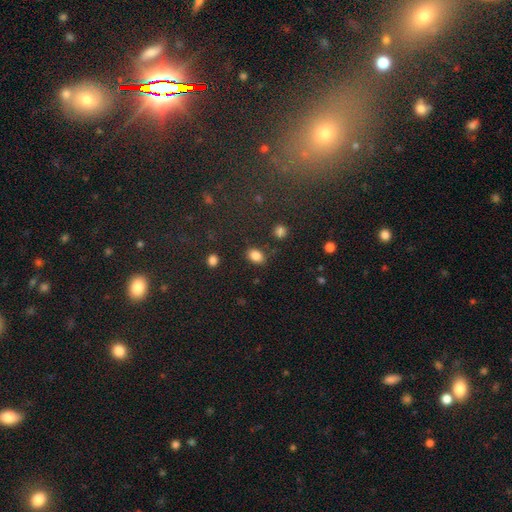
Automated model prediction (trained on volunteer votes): Smooth or featured: smooth — 85% (star or artifact — 10%)
How rounded: in between — 78% (round — 21%)
Merging: none — 82% (minor disturbance — 11%)